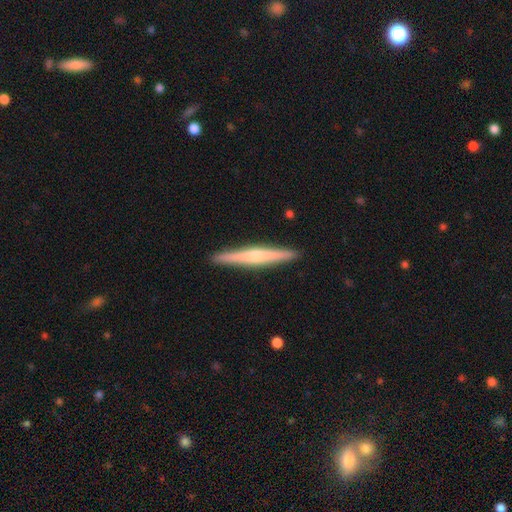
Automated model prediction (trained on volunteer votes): Smooth or featured? featured or disk (63%)
Edge-on disk? yes (97%)
Edge-on bulge? rounded (69%)
Merging? none (92%)